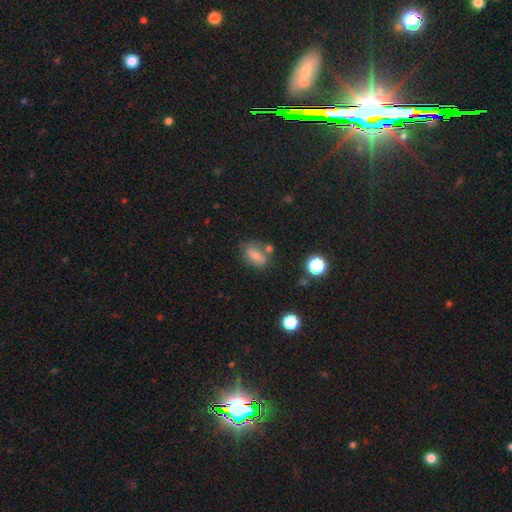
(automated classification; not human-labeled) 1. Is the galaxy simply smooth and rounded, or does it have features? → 68% smooth, 18% featured or disk, 14% star or artifact.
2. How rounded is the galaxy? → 76% in between, 14% round, 10% cigar-shaped.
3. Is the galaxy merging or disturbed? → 63% none, 18% minor disturbance, 12% merger, 6% major disturbance.